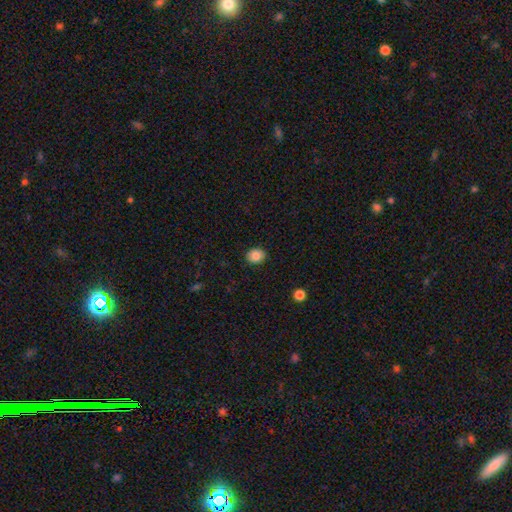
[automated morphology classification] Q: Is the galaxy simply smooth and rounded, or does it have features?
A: smooth — 84%.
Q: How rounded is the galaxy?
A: round — 58%.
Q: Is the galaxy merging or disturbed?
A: none — 88%.